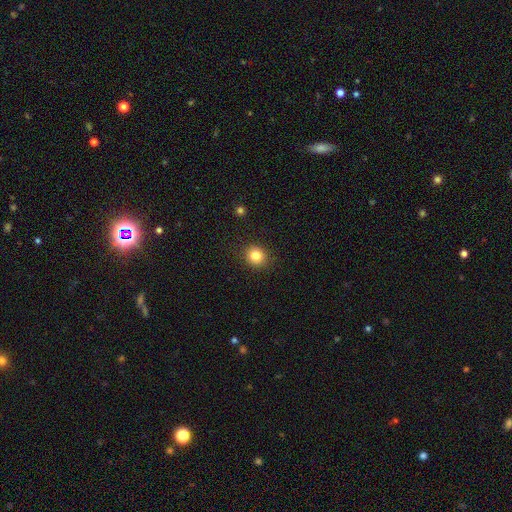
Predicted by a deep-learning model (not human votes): Smooth or featured: smooth — 83% (star or artifact — 11%)
How rounded: round — 84% (in between — 15%)
Merging: none — 90% (minor disturbance — 7%)